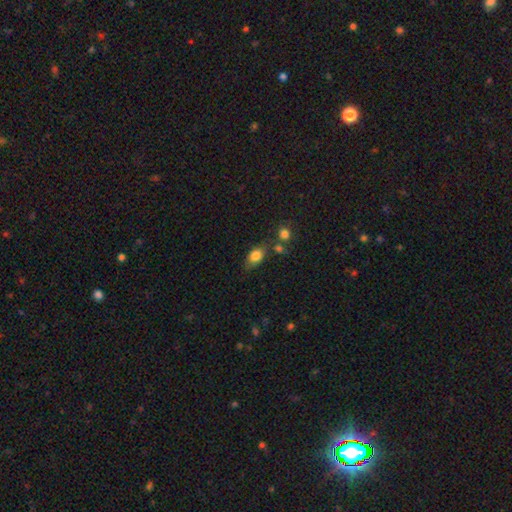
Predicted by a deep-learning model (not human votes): Overall: smooth (80%). How rounded: in between (80%). Merging: none (58%; minor disturbance 21%).